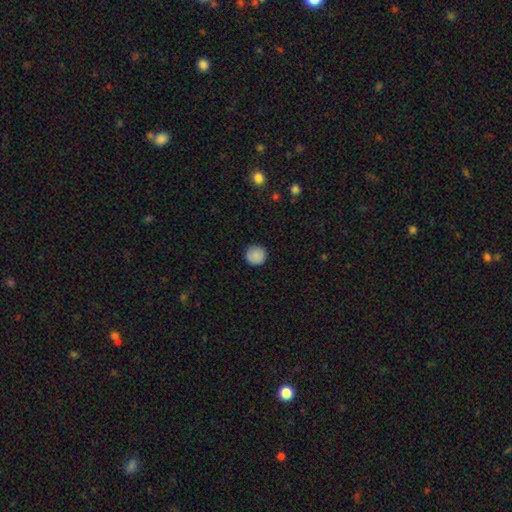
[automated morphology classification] smooth_or_featured: smooth (p=0.89) [alt: star or artifact p=0.08]
how_rounded: round (p=0.95) [alt: in between p=0.04]
merging: none (p=0.92) [alt: minor disturbance p=0.06]